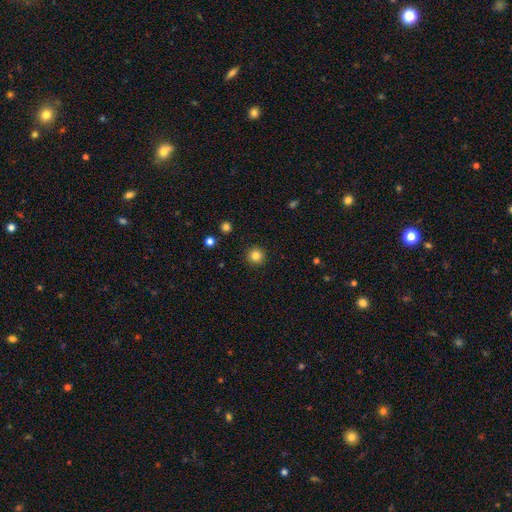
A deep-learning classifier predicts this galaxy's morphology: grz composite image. It shows a smooth galaxy with no disk features (83%) that is round (96%). Merging: none (93%).